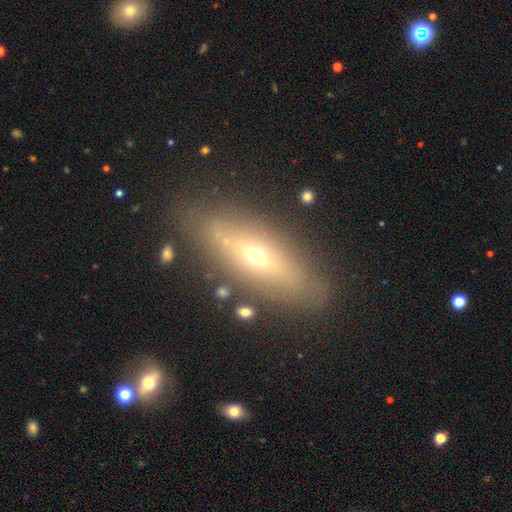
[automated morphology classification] Overall: featured or disk (50%; smooth 41%). Merging: none (79%).